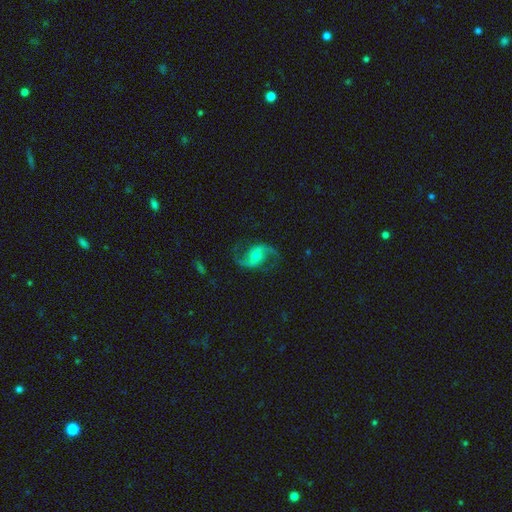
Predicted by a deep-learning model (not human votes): featured or disk 89%, star or artifact 6%, smooth 5%. Down the decision tree: edge-on disk — no (98%); bar — weak (43%); spiral arms — yes (97%); spiral arm count — 2 (94%); spiral winding — loose (58%); bulge size — moderate (45%); merging — none (80%).